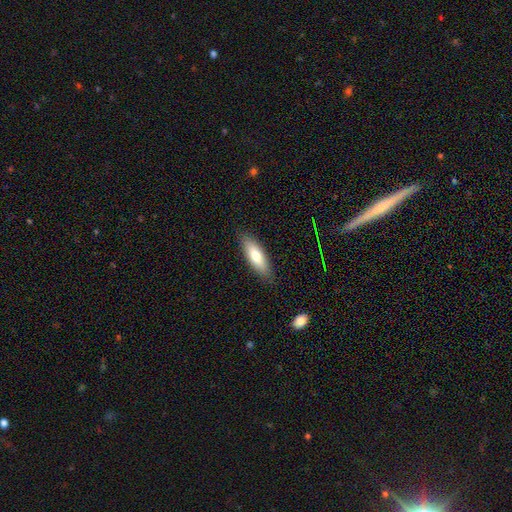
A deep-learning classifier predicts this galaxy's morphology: smooth-or-featured: smooth: 75% | featured or disk: 19% | star or artifact: 6%
  how-rounded: in between: 57% | cigar-shaped: 41% | round: 2%
  merging: none: 86% | minor disturbance: 10% | major disturbance: 2% | merger: 1%